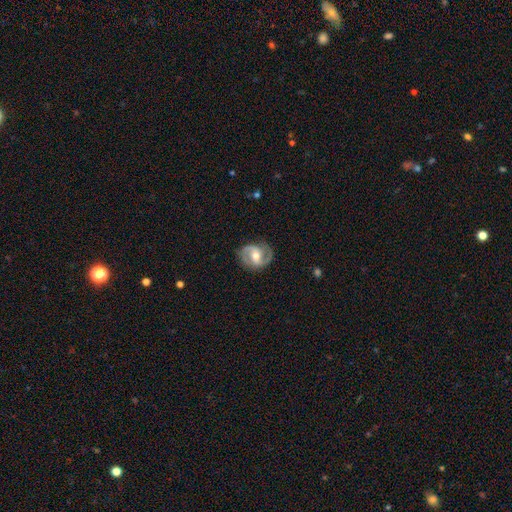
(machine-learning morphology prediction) A featured or disk galaxy (84%) with a weak bar (43%), 2 (90%) medium (52%) spiral arms (94%) and a moderate central bulge (69%).

Vote fractions:
- Smooth or featured? featured or disk: 84% / smooth: 11% / star or artifact: 5%
- Edge-on disk? no: 97% / yes: 3%
- Bar? weak: 43% / no: 32% / strong: 26%
- Spiral arms? yes: 94% / no: 6%
- Spiral winding? medium: 52% / tight: 29% / loose: 19%
- Spiral arm count? 2: 90% / can't tell: 4% / 1: 2% / 3: 2% / 4: 1% / more than 4: 1%
- Bulge size? moderate: 69% / small: 25% / large: 5% / none: 1% / dominant: 1%
- Merging? none: 81% / minor disturbance: 13% / major disturbance: 5% / merger: 1%